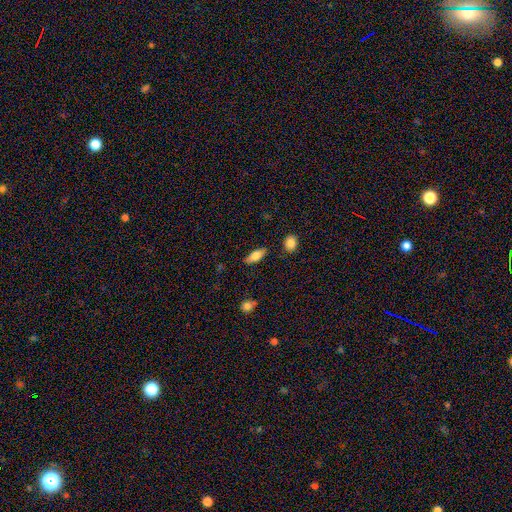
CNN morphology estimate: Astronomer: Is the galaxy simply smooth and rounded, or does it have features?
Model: smooth — 74%.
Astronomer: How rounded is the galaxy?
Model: in between — 79%.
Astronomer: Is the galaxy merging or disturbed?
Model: none — 84%.